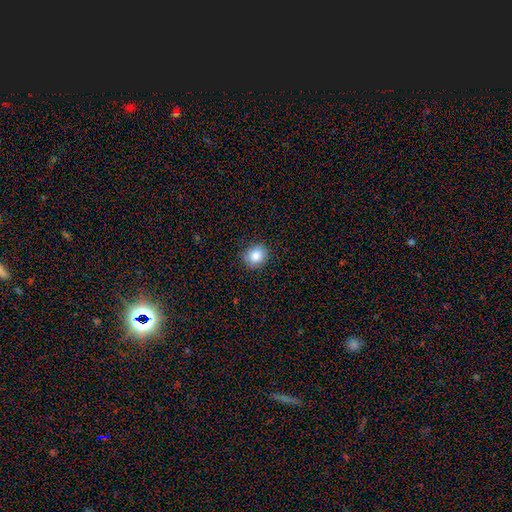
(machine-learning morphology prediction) smooth-or-featured: smooth: 84% | star or artifact: 9% | featured or disk: 7%
  how-rounded: round: 76% | in between: 23% | cigar-shaped: 1%
  merging: none: 87% | minor disturbance: 10% | major disturbance: 2% | merger: 1%